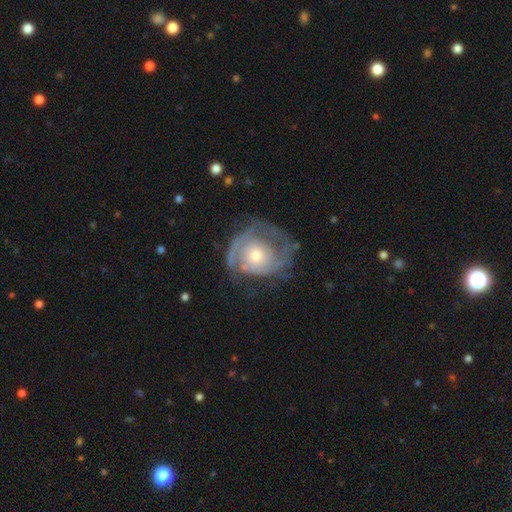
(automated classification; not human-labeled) Smooth or featured?
  - featured or disk: 79% *
  - smooth: 15%
  - star or artifact: 5%
Edge-on disk?
  - no: 98% *
  - yes: 2%
Bar?
  - no: 80% *
  - weak: 17%
  - strong: 3%
Spiral arms?
  - yes: 85% *
  - no: 15%
Spiral winding?
  - tight: 57% *
  - medium: 31%
  - loose: 12%
Spiral arm count?
  - 2: 40% *
  - can't tell: 29%
  - 1: 12%
  - 3: 11%
  - 4: 4%
  - more than 4: 4%
Bulge size?
  - moderate: 61% *
  - small: 26%
  - large: 10%
  - none: 2%
  - dominant: 1%
Merging?
  - none: 55% *
  - minor disturbance: 22%
  - major disturbance: 20%
  - merger: 2%